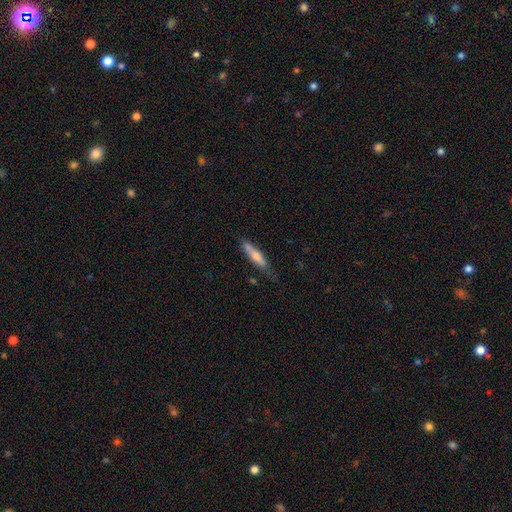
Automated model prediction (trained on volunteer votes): Smooth or featured: smooth — 66% (featured or disk — 29%)
How rounded: cigar-shaped — 82% (in between — 16%)
Merging: none — 63% (minor disturbance — 28%)